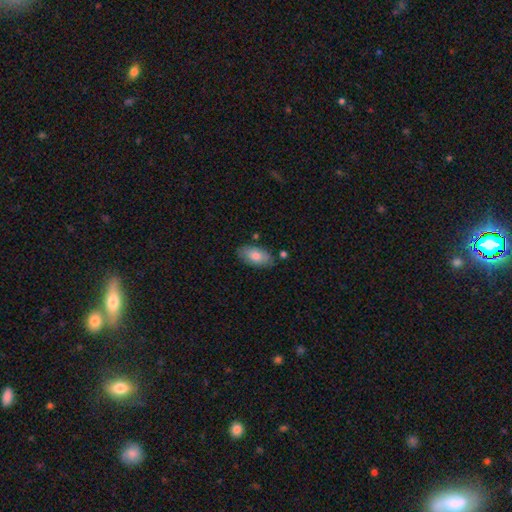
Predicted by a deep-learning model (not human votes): Smooth or featured? Predicted: smooth (p=0.78). How rounded? Predicted: in between (p=0.93). Merging? Predicted: none (p=0.78).